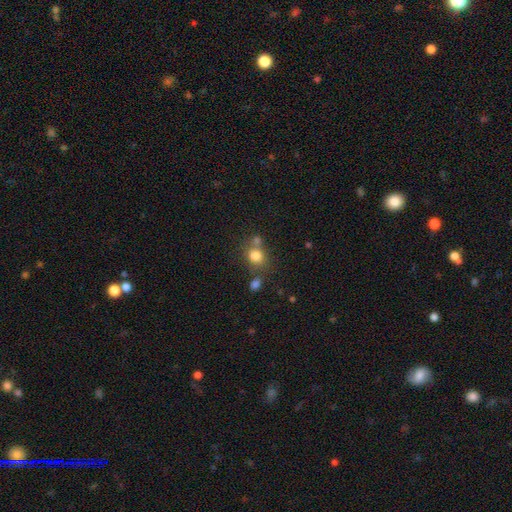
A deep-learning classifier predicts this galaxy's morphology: smooth 79%, star or artifact 12%, featured or disk 9%. Down the decision tree: how rounded — round (72%); merging — none (56%).